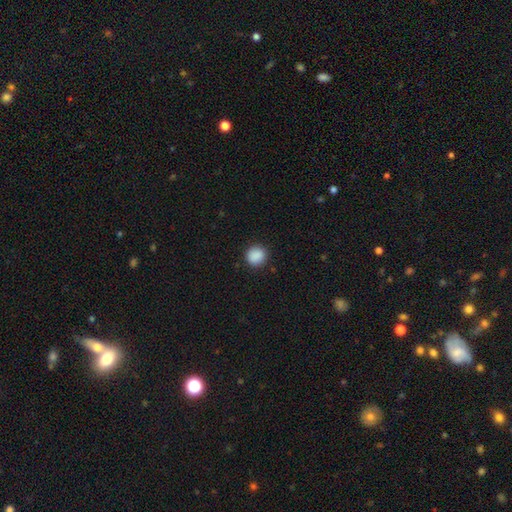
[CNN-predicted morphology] The model was most divided on "how rounded": round: 90%, in between: 9%, cigar-shaped: 1%. More confident: merging — none (90%); smooth or featured — smooth (89%).